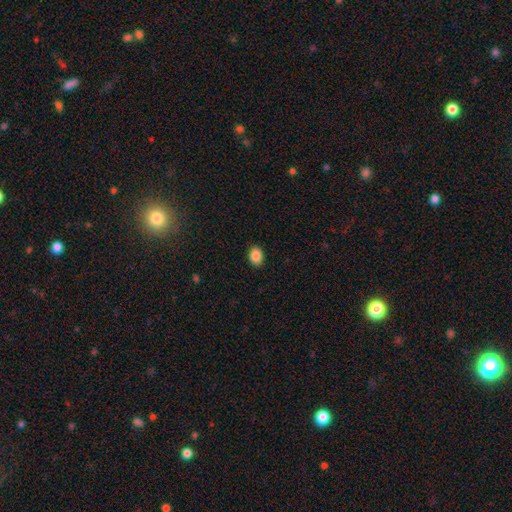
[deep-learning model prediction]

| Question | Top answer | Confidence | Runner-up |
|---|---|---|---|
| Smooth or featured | smooth | 88% | star or artifact (8%) |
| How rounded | in between | 67% | round (32%) |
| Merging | none | 90% | minor disturbance (7%) |